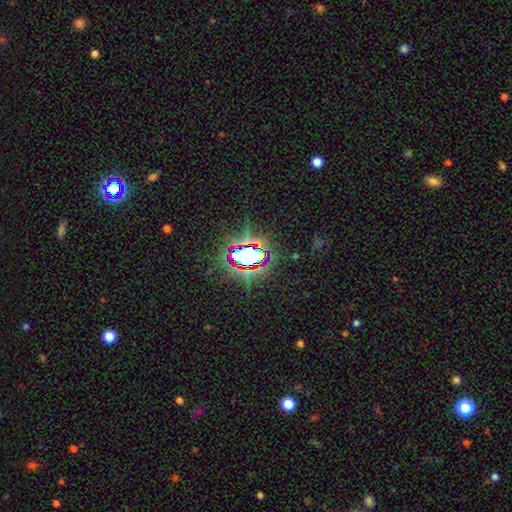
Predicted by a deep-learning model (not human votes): The model was most divided on "smooth or featured": star or artifact: 83%, smooth: 10%, featured or disk: 8%.